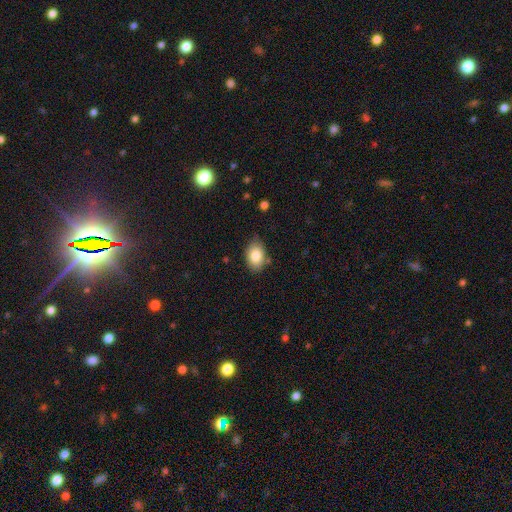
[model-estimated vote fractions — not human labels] A smooth galaxy with no disk features (84%) that is in between round and cigar-shaped (86%).

Vote fractions:
- Smooth or featured? smooth: 84% / featured or disk: 8% / star or artifact: 7%
- How rounded? in between: 86% / round: 13% / cigar-shaped: 1%
- Merging? none: 77% / minor disturbance: 18% / major disturbance: 3% / merger: 2%